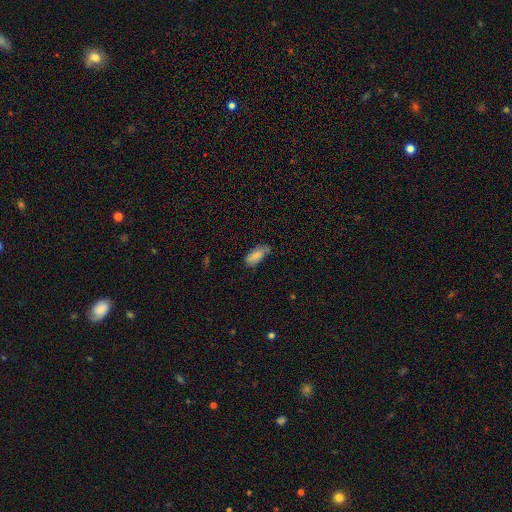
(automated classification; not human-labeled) Morphology: type=smooth (80%); roundness=in between (88%); merging=none (60%).